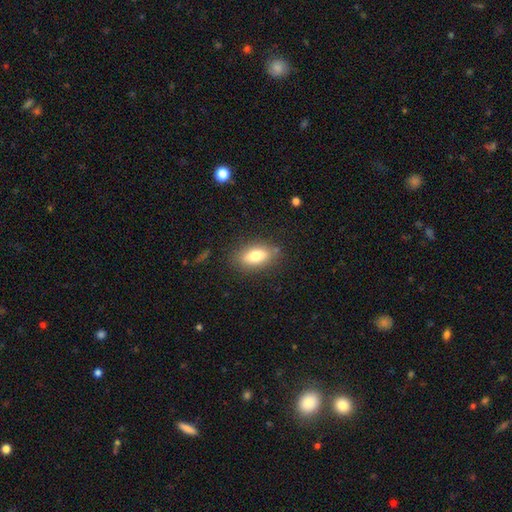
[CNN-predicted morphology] This appears to be a smooth galaxy with no disk features (79%) that is in between round and cigar-shaped (87%). Merging: none (82%).